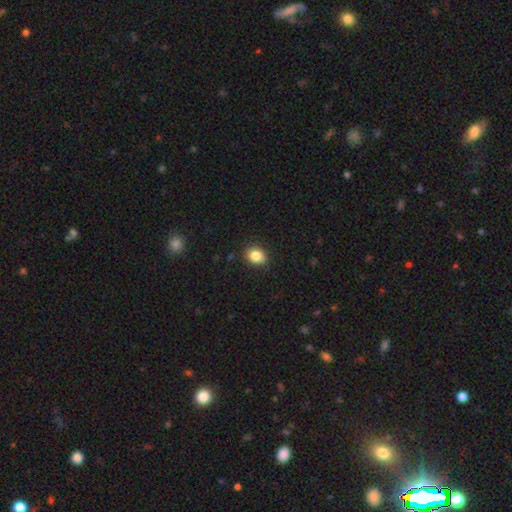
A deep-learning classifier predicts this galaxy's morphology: Q: Smooth or featured?
A: smooth (85%); runner-up: star or artifact (10%)
Q: How rounded?
A: in between (51%); runner-up: round (48%)
Q: Merging?
A: none (85%); runner-up: minor disturbance (11%)